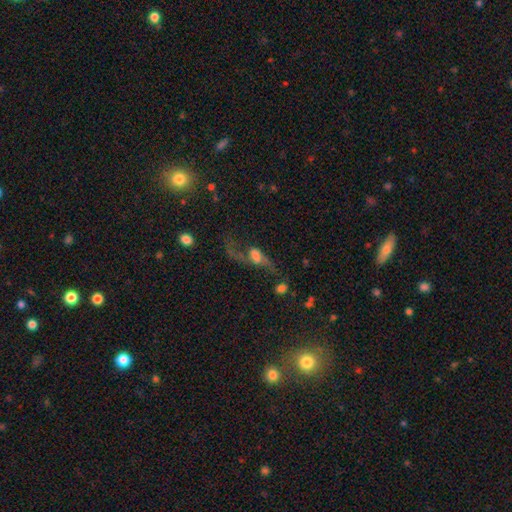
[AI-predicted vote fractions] Morphology: type=featured or disk (63%); edge-on=no (86%); bar=no (49%); spiral arms=yes (79%); bulge=large (32%); merging=major disturbance (40%).